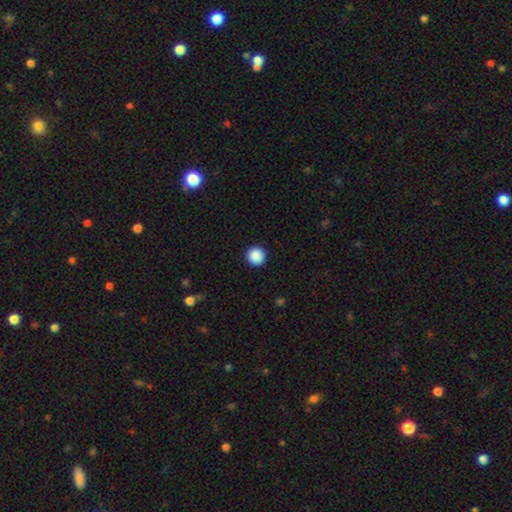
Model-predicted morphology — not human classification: smooth 89%, star or artifact 8%, featured or disk 2%. Down the decision tree: how rounded — round (95%); merging — none (93%).